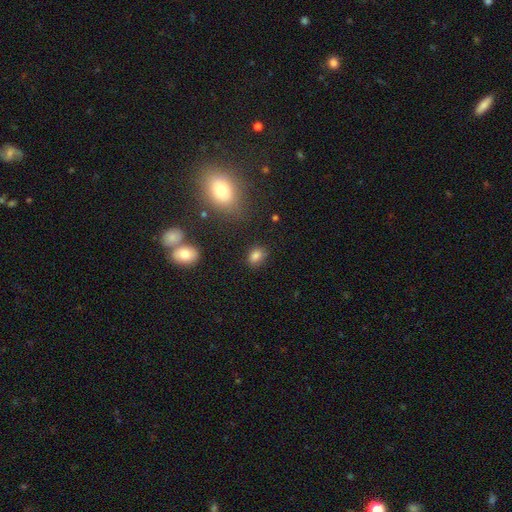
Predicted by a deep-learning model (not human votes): Smooth or featured? smooth (81%)
How rounded? in between (65%)
Merging? none (80%)